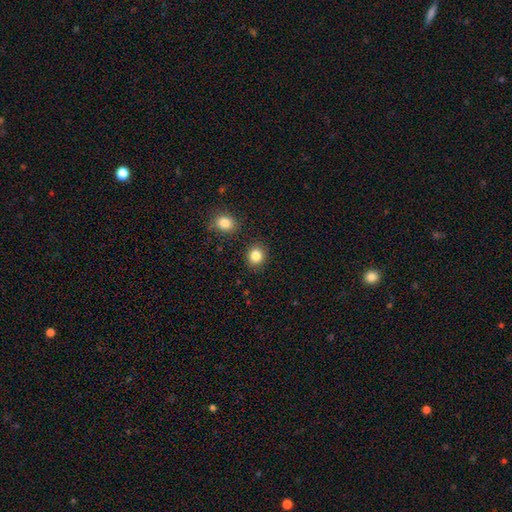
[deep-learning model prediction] This appears to be a smooth galaxy with no disk features (85%) that is round (74%). Merging: none (87%).